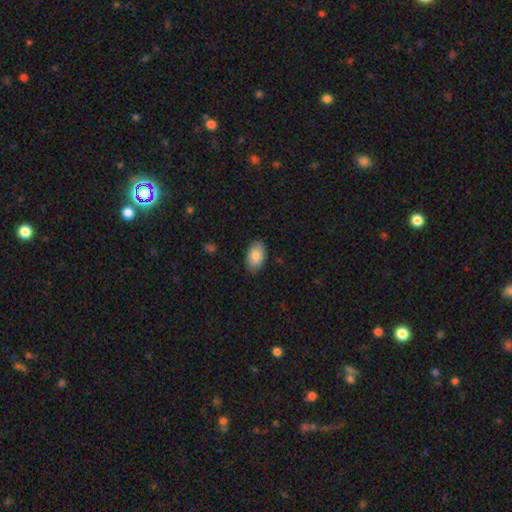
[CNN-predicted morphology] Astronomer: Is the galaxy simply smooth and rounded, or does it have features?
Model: smooth — 85%.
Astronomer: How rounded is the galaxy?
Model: in between — 93%.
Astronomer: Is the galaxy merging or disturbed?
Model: none — 87%.